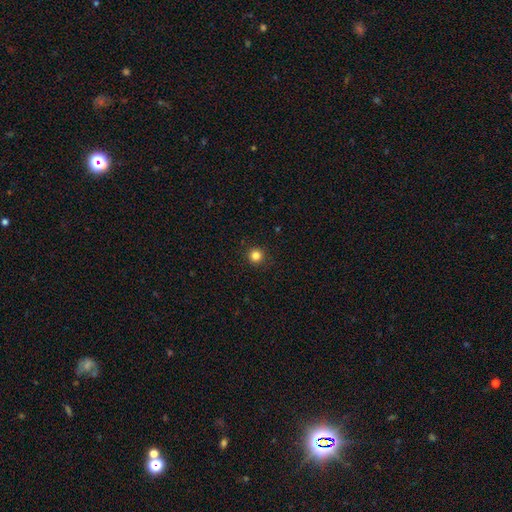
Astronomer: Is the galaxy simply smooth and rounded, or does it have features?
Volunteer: smooth — 92%.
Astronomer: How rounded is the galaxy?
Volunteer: round — 97%.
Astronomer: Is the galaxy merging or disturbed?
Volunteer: none — 92%.